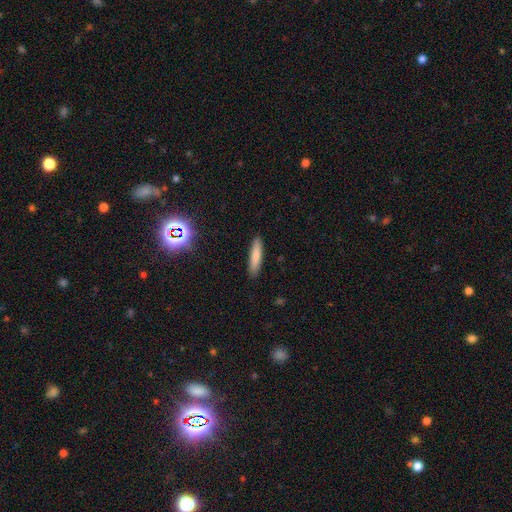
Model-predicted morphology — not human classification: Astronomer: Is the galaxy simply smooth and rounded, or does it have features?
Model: smooth — 78%.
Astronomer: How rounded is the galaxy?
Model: cigar-shaped — 84%.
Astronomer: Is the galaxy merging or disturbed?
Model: none — 90%.